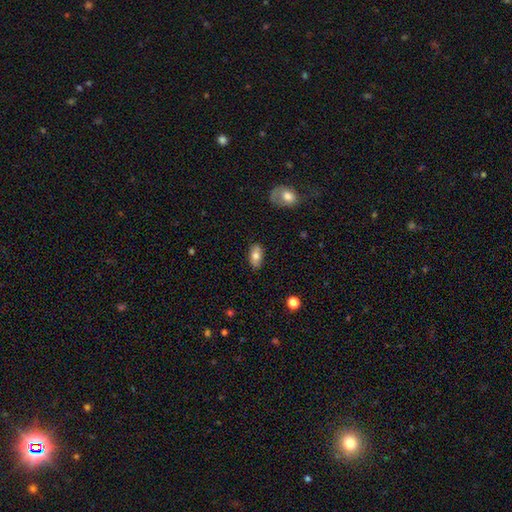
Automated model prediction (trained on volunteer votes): Overall: smooth (73%). How rounded: in between (91%). Merging: none (85%).